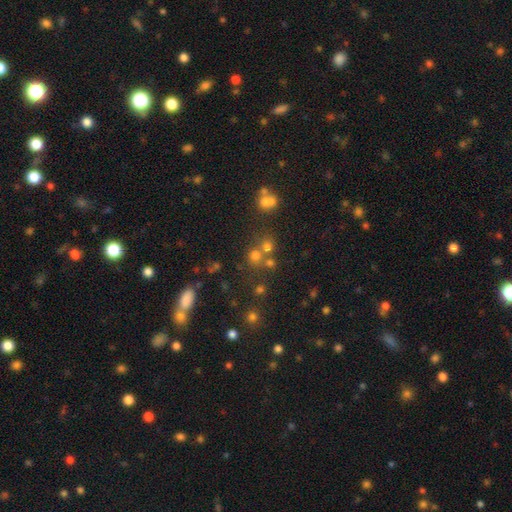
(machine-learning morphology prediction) smooth_or_featured: smooth (p=0.62) [alt: star or artifact p=0.26]
how_rounded: round (p=0.86) [alt: in between p=0.13]
merging: none (p=0.57) [alt: merger p=0.31]